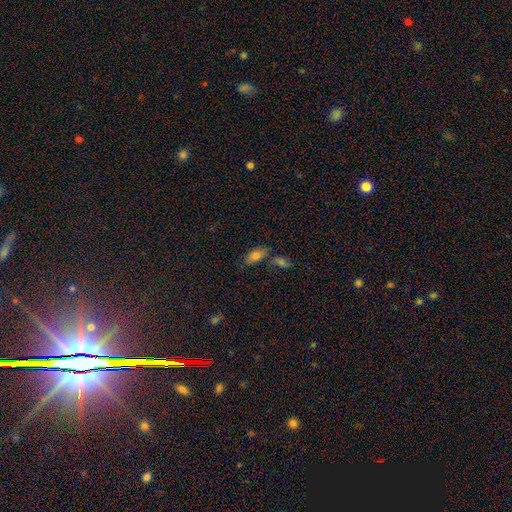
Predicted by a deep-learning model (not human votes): Q: Smooth or featured?
A: smooth (74%); runner-up: featured or disk (13%)
Q: How rounded?
A: in between (87%); runner-up: cigar-shaped (8%)
Q: Merging?
A: none (60%); runner-up: merger (19%)